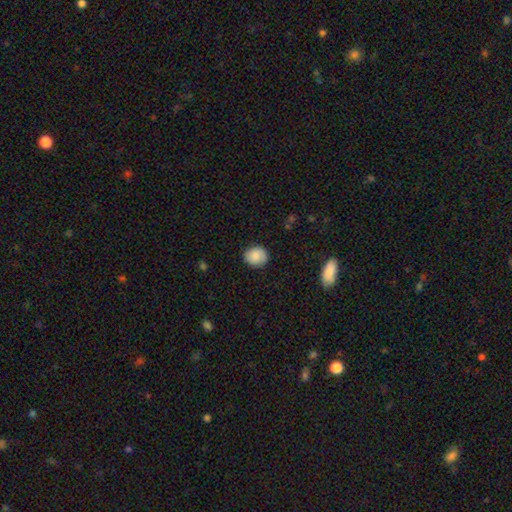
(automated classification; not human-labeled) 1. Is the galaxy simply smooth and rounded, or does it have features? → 87% smooth, 7% star or artifact, 6% featured or disk.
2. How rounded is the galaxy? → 67% round, 32% in between, 1% cigar-shaped.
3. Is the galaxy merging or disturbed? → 86% none, 11% minor disturbance, 2% major disturbance, 1% merger.